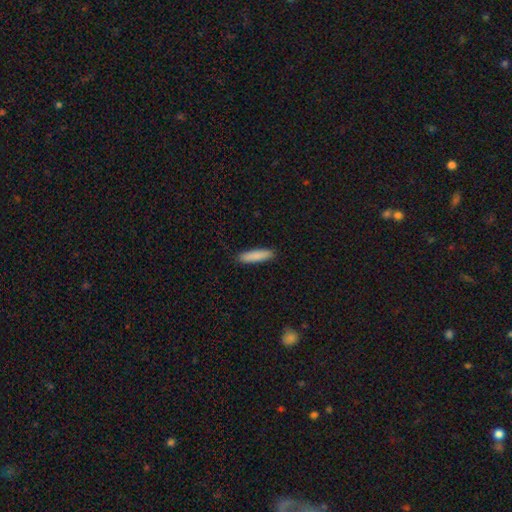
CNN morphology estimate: Overall: smooth (88%). How rounded: cigar-shaped (75%). Merging: none (90%).